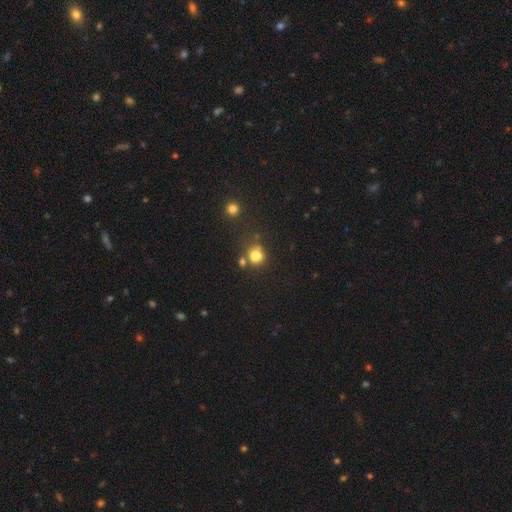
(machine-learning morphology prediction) Smooth or featured? smooth (79%)
How rounded? round (80%)
Merging? none (64%)